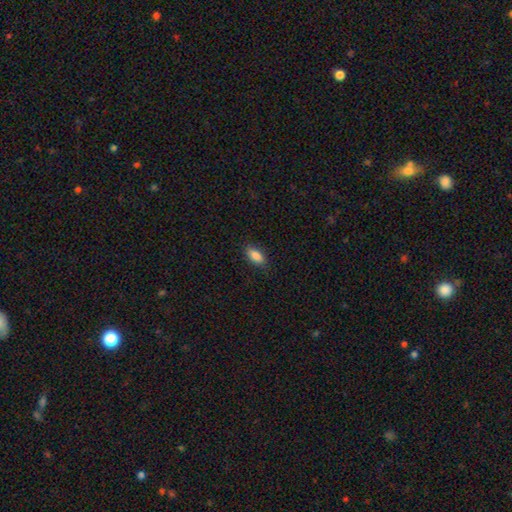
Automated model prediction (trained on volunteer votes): This appears to be a smooth galaxy with no disk features (86%) that is in between round and cigar-shaped (86%). Merging: none (85%).